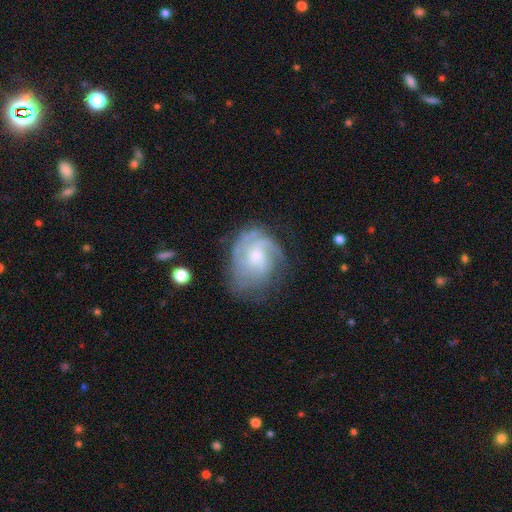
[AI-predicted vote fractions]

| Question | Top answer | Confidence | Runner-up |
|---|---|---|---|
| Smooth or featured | featured or disk | 80% | smooth (14%) |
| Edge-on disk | no | 97% | yes (3%) |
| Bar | no | 59% | weak (36%) |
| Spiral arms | yes | 94% | no (6%) |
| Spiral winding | tight | 52% | medium (36%) |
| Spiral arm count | can't tell | 31% | 3 (28%) |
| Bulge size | small | 49% | moderate (39%) |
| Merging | none | 60% | minor disturbance (24%) |